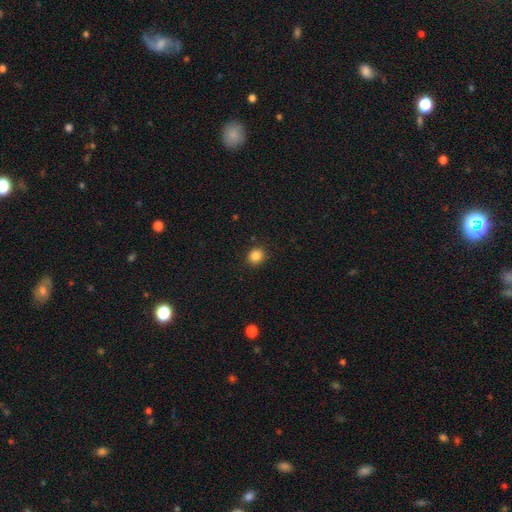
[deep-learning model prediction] This appears to be a smooth galaxy with no disk features (86%) that is round (81%). Merging: none (89%).